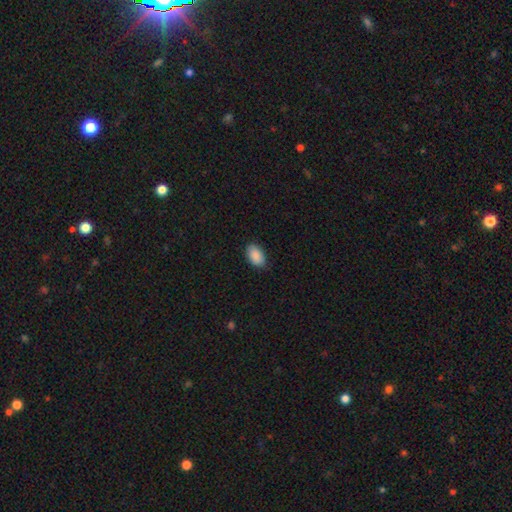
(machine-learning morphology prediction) The model was most divided on "merging": none: 83%, minor disturbance: 14%, major disturbance: 2%, merger: 1%. More confident: how rounded — in between (93%); smooth or featured — smooth (90%).